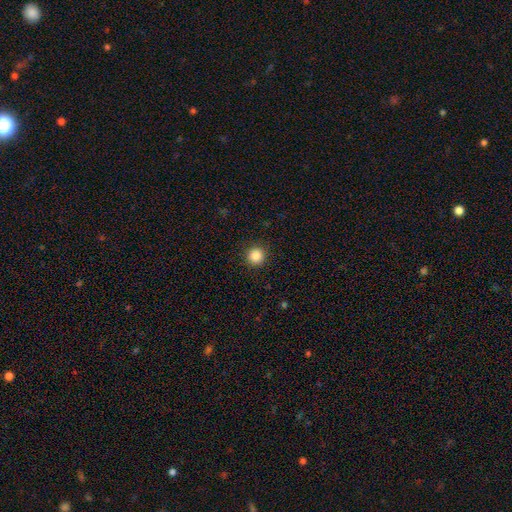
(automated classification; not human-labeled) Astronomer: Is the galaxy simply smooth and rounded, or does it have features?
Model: smooth — 86%.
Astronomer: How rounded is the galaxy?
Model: round — 95%.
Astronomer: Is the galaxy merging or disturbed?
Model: none — 92%.